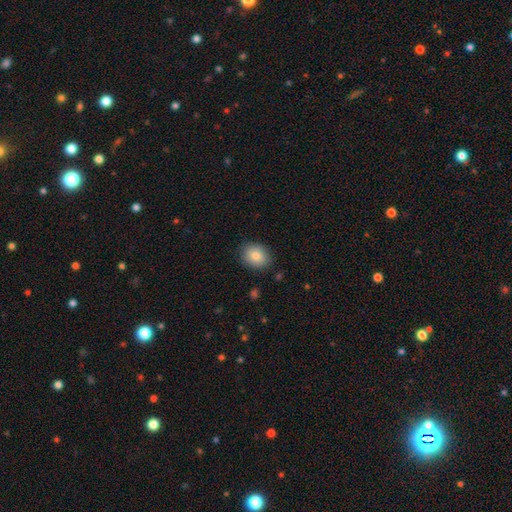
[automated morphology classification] Overall: smooth (83%). How rounded: round (52%; in between 48%). Merging: none (87%).